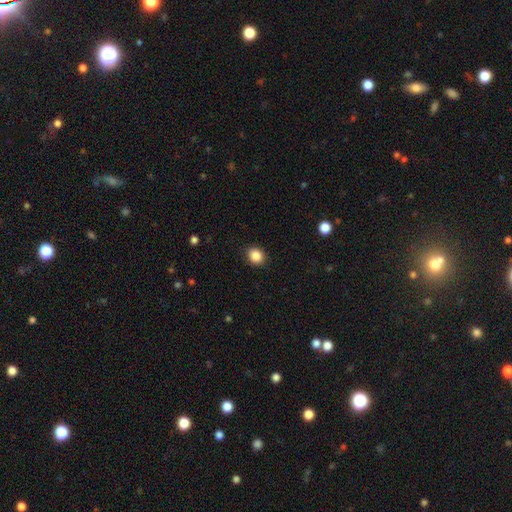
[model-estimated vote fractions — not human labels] A smooth galaxy with no disk features (86%) that is round (73%). Merging: none (90%).